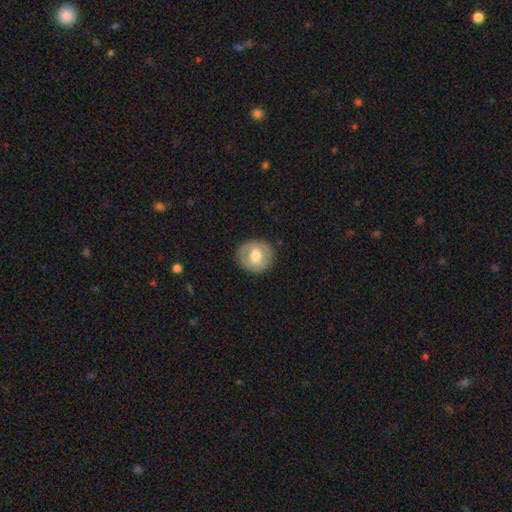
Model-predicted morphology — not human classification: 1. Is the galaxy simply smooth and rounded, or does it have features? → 57% smooth, 37% featured or disk, 6% star or artifact.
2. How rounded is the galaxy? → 86% round, 13% in between, 1% cigar-shaped.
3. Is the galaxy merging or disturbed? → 86% none, 10% minor disturbance, 3% major disturbance, 1% merger.